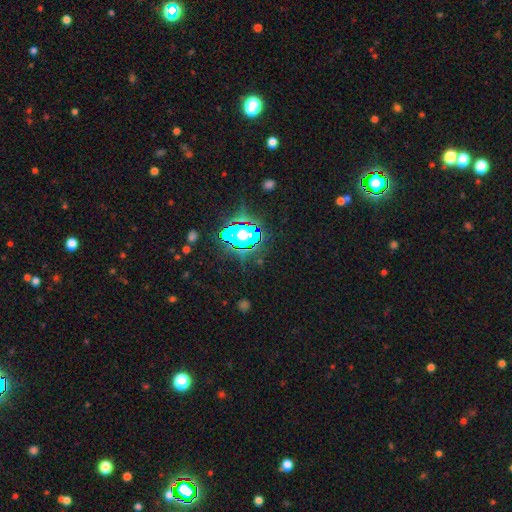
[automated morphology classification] Smooth or featured: star or artifact — 79% (smooth — 13%)